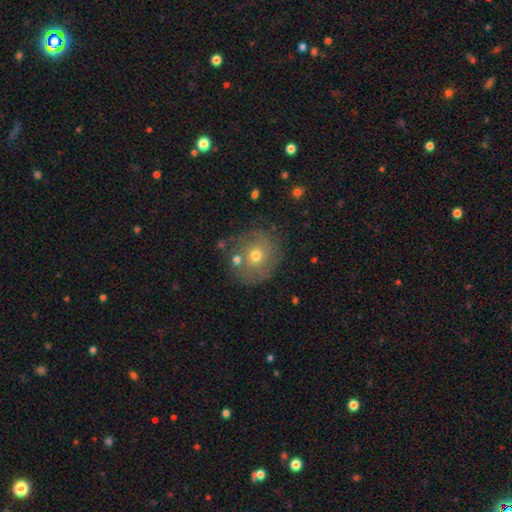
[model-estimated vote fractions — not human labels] Smooth or featured?
  - smooth: 58% *
  - featured or disk: 30%
  - star or artifact: 12%
How rounded?
  - round: 85% *
  - in between: 14%
  - cigar-shaped: 1%
Merging?
  - none: 71% *
  - minor disturbance: 16%
  - merger: 7%
  - major disturbance: 6%